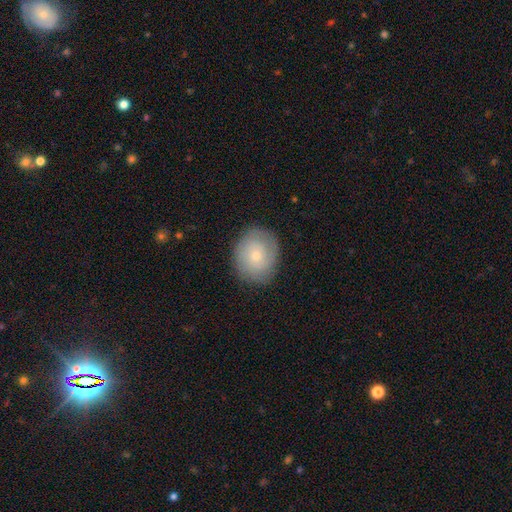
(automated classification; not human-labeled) Smooth or featured: smooth — 62% (featured or disk — 30%)
How rounded: round — 62% (in between — 37%)
Merging: none — 82% (minor disturbance — 13%)